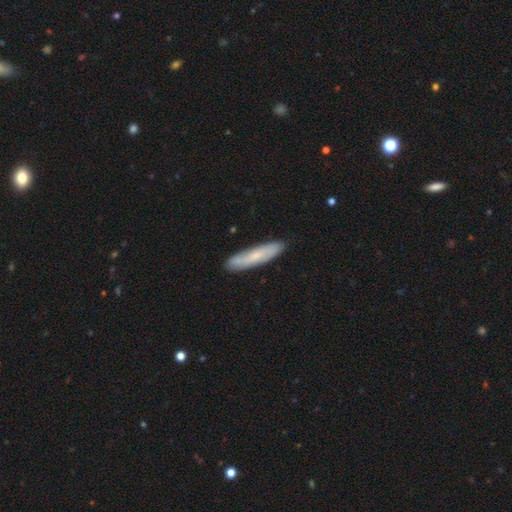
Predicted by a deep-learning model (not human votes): smooth 61%, featured or disk 32%, star or artifact 6%. Down the decision tree: how rounded — cigar-shaped (86%); merging — none (86%).